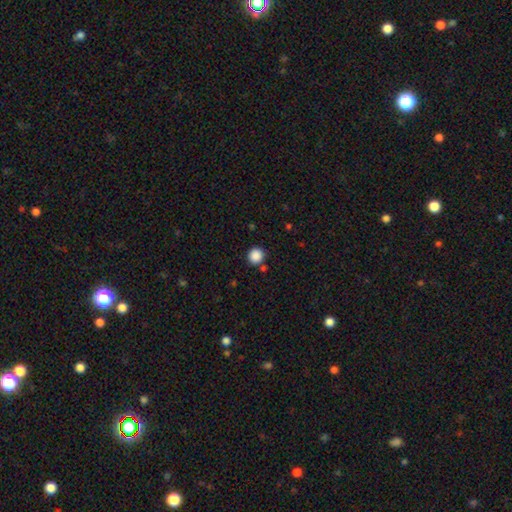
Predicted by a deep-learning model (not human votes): This is clearly a smooth galaxy (87%). How rounded: clearly round (93%). Merging: clearly none (84%).